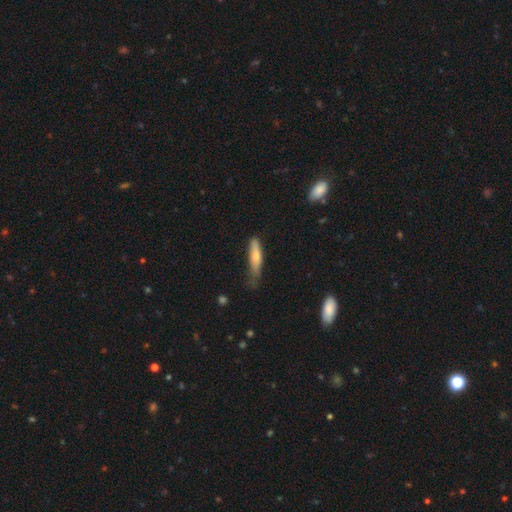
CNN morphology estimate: This is likely a smooth galaxy (76%). How rounded: likely cigar-shaped (74%). Merging: possibly none (46%).